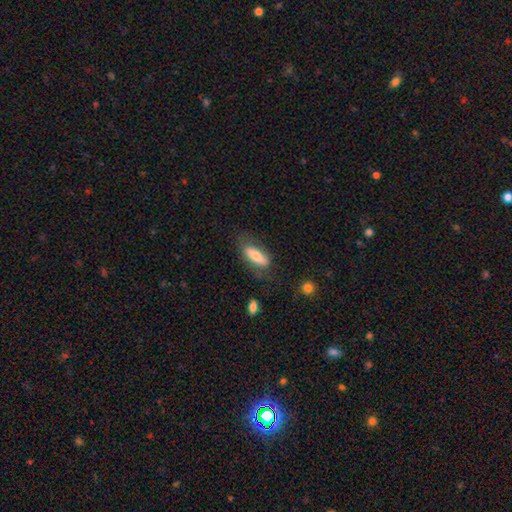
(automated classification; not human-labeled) Smooth or featured? Predicted: smooth (p=0.70). How rounded? Predicted: in between (p=0.64). Merging? Predicted: none (p=0.64).